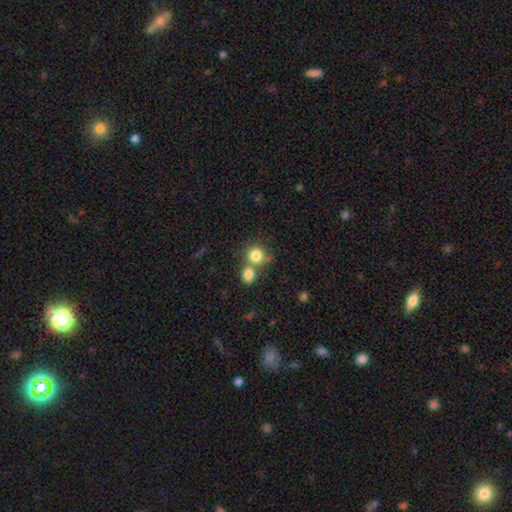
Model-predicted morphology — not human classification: A smooth galaxy with no disk features (82%) that is round (83%).

Vote fractions:
- Smooth or featured? smooth: 82% / star or artifact: 10% / featured or disk: 8%
- How rounded? round: 83% / in between: 16% / cigar-shaped: 1%
- Merging? none: 45% / merger: 43% / minor disturbance: 8% / major disturbance: 4%